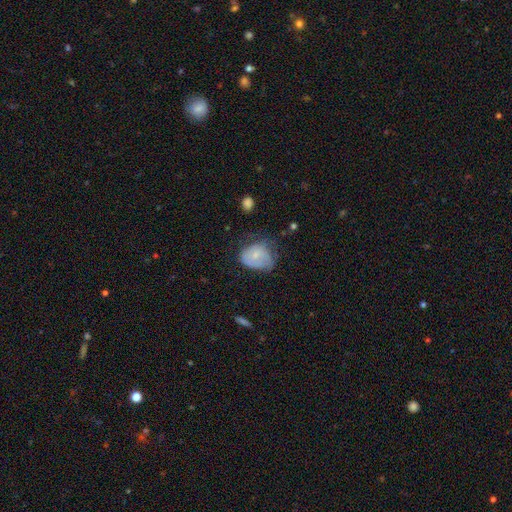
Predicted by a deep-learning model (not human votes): A smooth galaxy with no disk features (61%) that is in between round and cigar-shaped (58%). Merging: minor disturbance (39%).